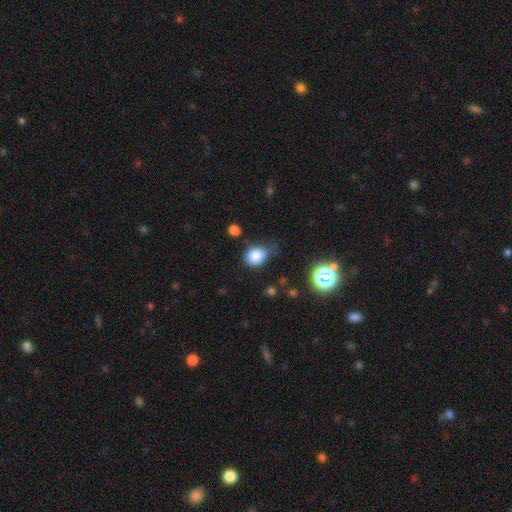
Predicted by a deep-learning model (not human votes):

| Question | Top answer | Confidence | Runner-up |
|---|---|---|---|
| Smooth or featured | smooth | 82% | star or artifact (12%) |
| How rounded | round | 55% | in between (44%) |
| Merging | none | 59% | minor disturbance (29%) |